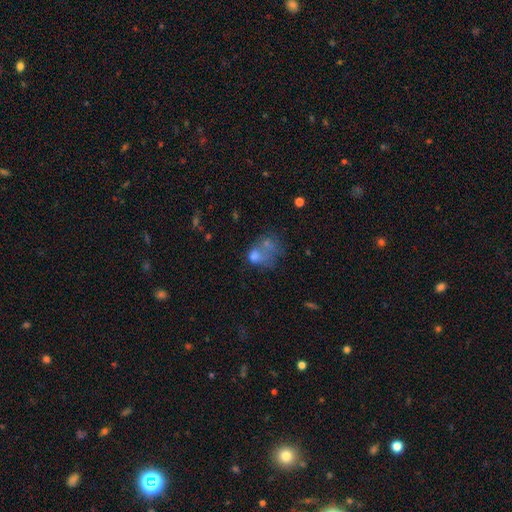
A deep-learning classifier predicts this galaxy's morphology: This is possibly a smooth galaxy (57%). How rounded: possibly in between (50%). Merging: marginally merger (40%).